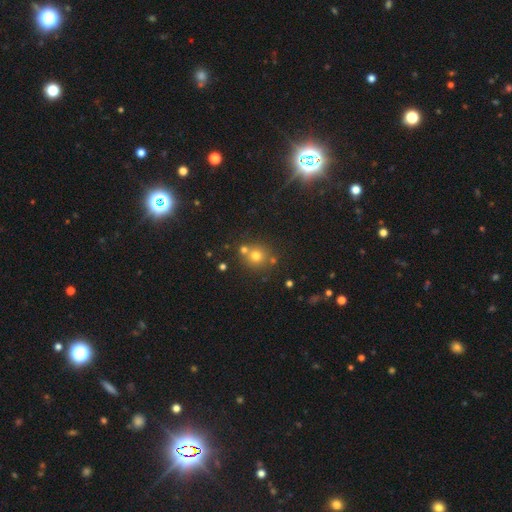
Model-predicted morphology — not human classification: Smooth or featured? smooth (71%)
How rounded? round (90%)
Merging? none (66%)